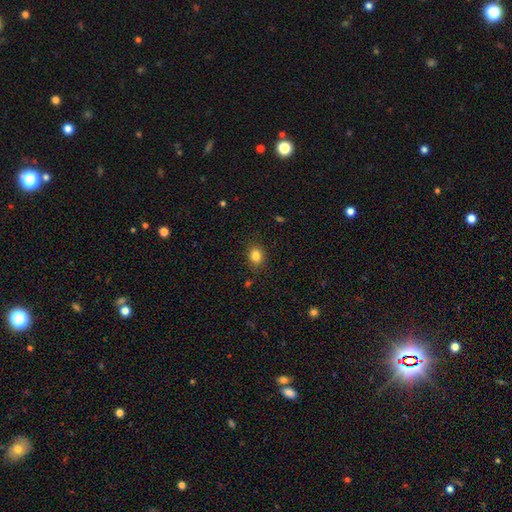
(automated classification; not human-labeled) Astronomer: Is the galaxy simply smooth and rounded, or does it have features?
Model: smooth — 83%.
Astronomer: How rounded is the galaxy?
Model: round — 53% (runner-up: in between, 46%).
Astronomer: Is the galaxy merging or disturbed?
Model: none — 86%.